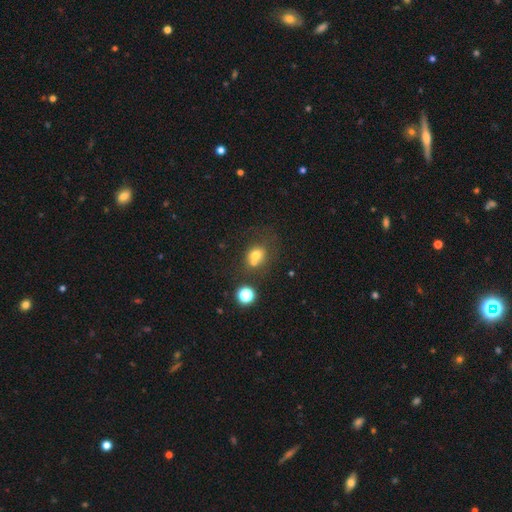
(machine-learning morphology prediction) Smooth or featured: smooth — 69% (featured or disk — 16%)
How rounded: round — 67% (in between — 32%)
Merging: none — 41% (merger — 40%)